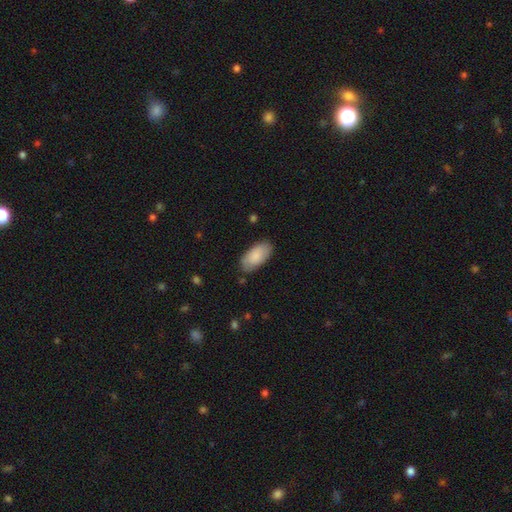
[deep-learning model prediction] Smooth or featured? Predicted: smooth (p=0.84). How rounded? Predicted: in between (p=0.94). Merging? Predicted: none (p=0.80).